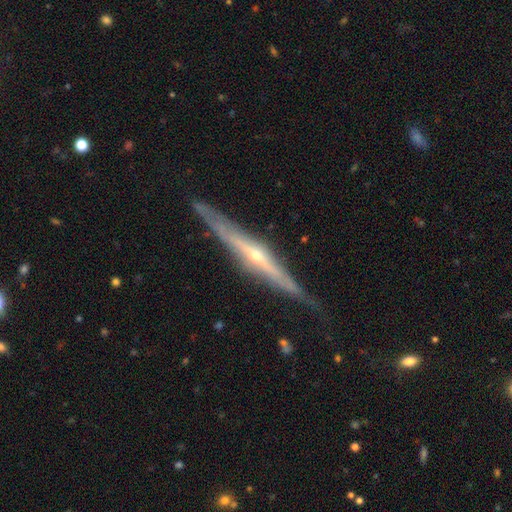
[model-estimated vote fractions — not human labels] featured or disk 82%, smooth 13%, star or artifact 5%. Down the decision tree: edge-on disk — yes (96%); edge-on bulge — rounded (74%); merging — none (80%).